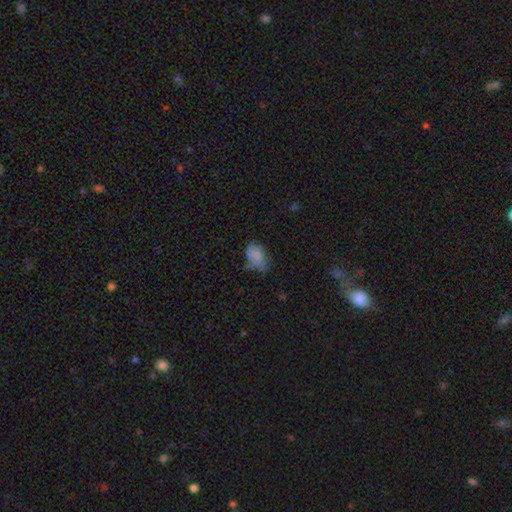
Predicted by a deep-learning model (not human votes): Morphology: type=smooth (76%); roundness=in between (90%); merging=none (49%).